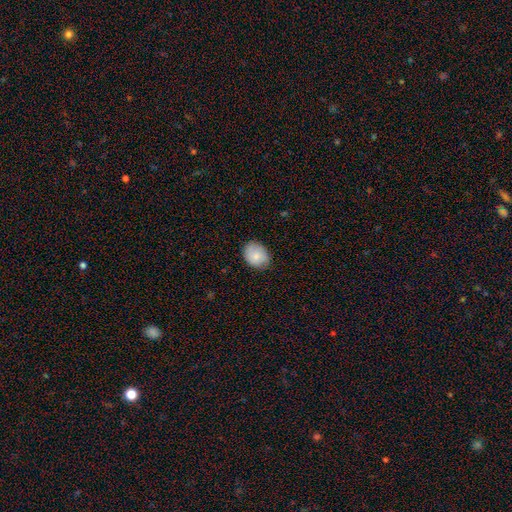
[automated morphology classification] This appears to be a smooth galaxy with no disk features (83%) that is in between round and cigar-shaped (57%). Merging: none (79%).